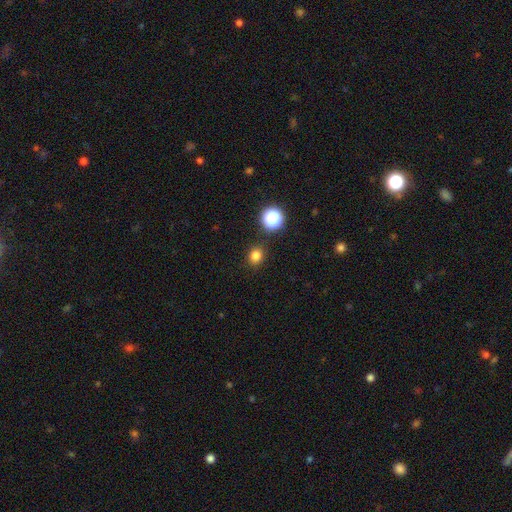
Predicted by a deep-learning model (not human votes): This is likely a smooth galaxy (80%). How rounded: likely round (68%). Merging: clearly none (87%).